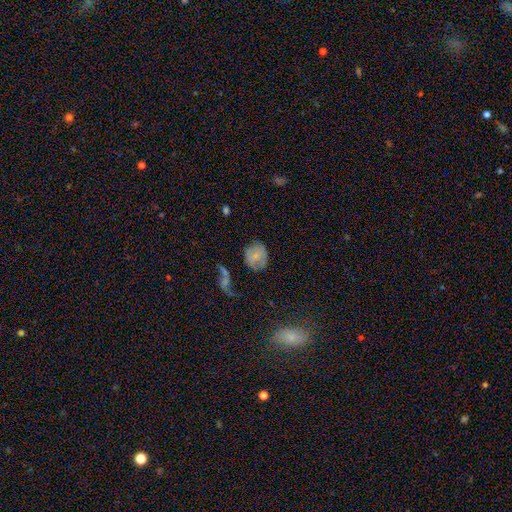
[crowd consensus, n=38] Volunteers were most divided on "smooth or featured": featured or disk: 47%, smooth: 42%, star or artifact: 11%. More confident: edge-on disk — no (100%); merging — none (65%); bar — no (61%); spiral arms — no (56%); bulge size — small (56%).